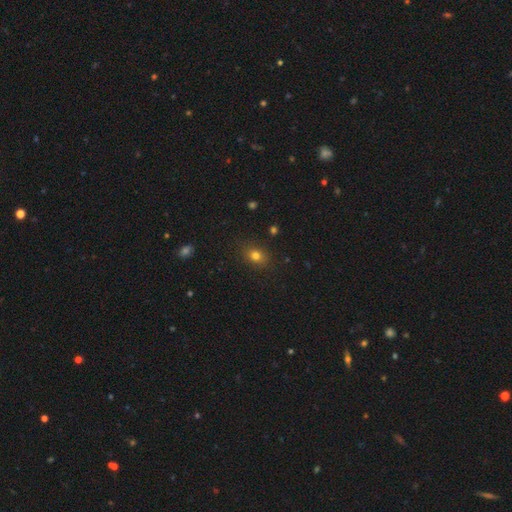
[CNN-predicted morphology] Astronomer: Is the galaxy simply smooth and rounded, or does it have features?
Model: smooth — 77%.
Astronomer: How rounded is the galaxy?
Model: in between — 52% (runner-up: round, 47%).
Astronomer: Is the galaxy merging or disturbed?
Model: none — 85%.